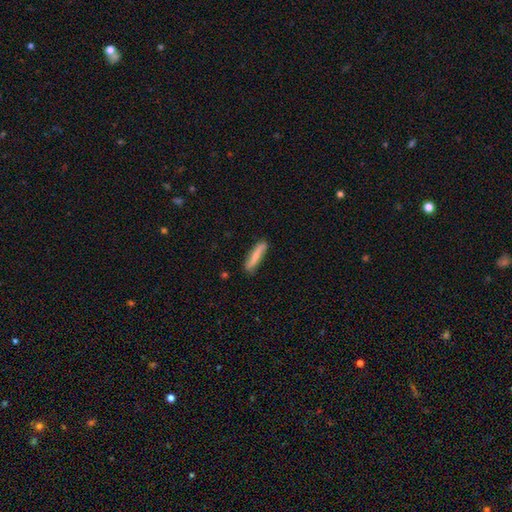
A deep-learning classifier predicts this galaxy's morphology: Smooth or featured? smooth (69%)
How rounded? cigar-shaped (86%)
Merging? none (80%)